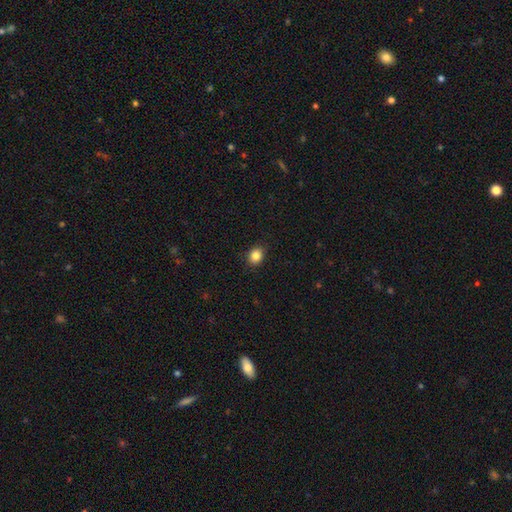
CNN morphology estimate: Overall: smooth (85%). How rounded: round (58%; in between 42%). Merging: none (88%).